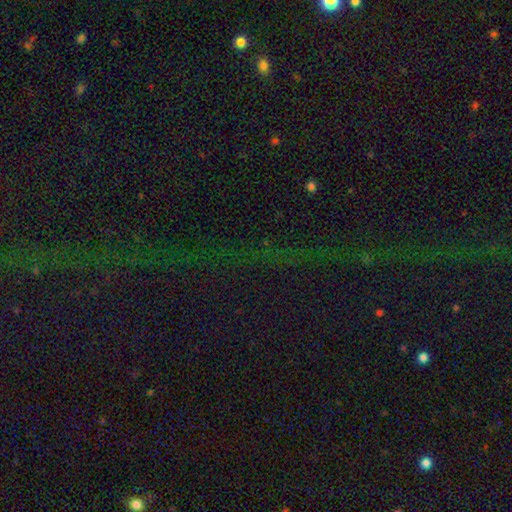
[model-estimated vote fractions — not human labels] Q: Smooth or featured?
A: star or artifact (77%); runner-up: smooth (13%)